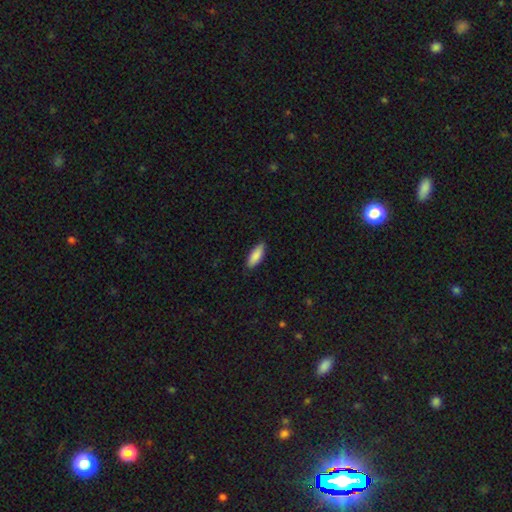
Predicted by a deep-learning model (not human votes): Morphology: type=smooth (88%); roundness=in between (70%); merging=none (85%).